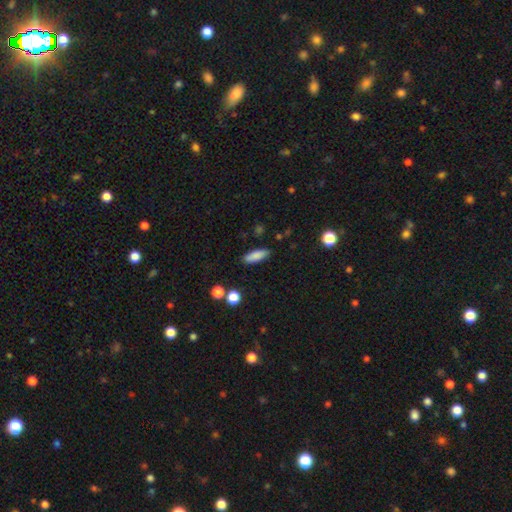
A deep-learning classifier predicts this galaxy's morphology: smooth-or-featured: smooth: 85% | star or artifact: 8% | featured or disk: 7%
  how-rounded: in between: 58% | cigar-shaped: 39% | round: 2%
  merging: none: 86% | minor disturbance: 9% | major disturbance: 2% | merger: 2%